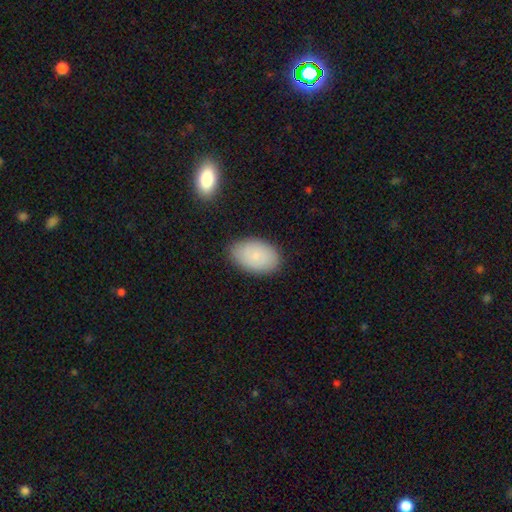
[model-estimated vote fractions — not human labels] smooth 83%, featured or disk 10%, star or artifact 7%. Down the decision tree: how rounded — in between (93%); merging — none (85%).